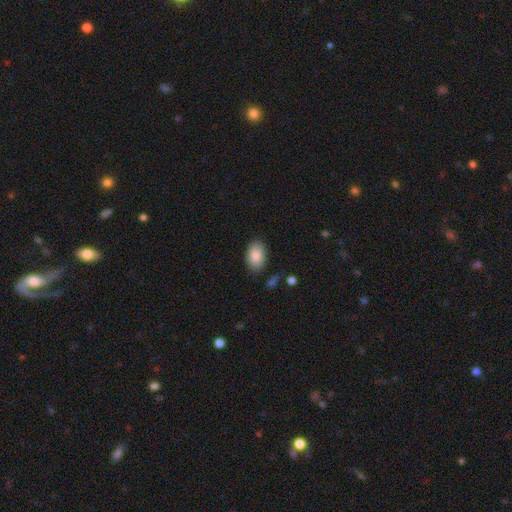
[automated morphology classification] smooth_or_featured: smooth (p=0.87) [alt: star or artifact p=0.07]
how_rounded: in between (p=0.89) [alt: round p=0.10]
merging: none (p=0.84) [alt: minor disturbance p=0.11]